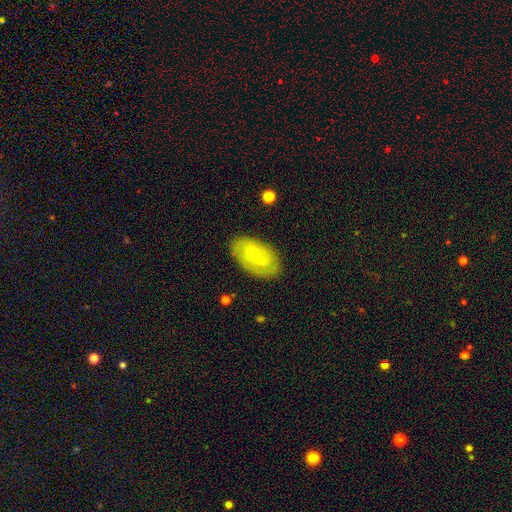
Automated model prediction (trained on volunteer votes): smooth_or_featured: featured or disk (p=0.63) [alt: smooth p=0.30]
disk_edge_on: no (p=0.96) [alt: yes p=0.04]
bar: no (p=0.61) [alt: weak p=0.34]
has_spiral_arms: yes (p=0.87) [alt: no p=0.13]
spiral_winding: tight (p=0.53) [alt: medium p=0.35]
spiral_arm_count: 2 (p=0.53) [alt: can't tell p=0.29]
bulge_size: small (p=0.79) [alt: moderate p=0.15]
merging: none (p=0.82) [alt: minor disturbance p=0.14]